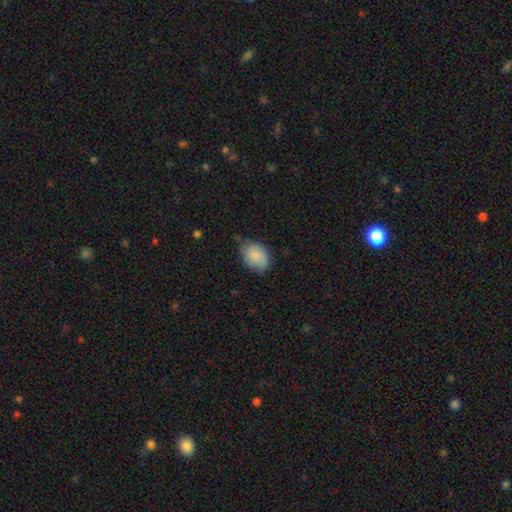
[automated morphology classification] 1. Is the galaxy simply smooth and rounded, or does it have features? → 85% smooth, 8% featured or disk, 7% star or artifact.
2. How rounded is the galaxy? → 79% in between, 20% round, 1% cigar-shaped.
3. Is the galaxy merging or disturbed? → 65% none, 29% minor disturbance, 5% major disturbance, 2% merger.